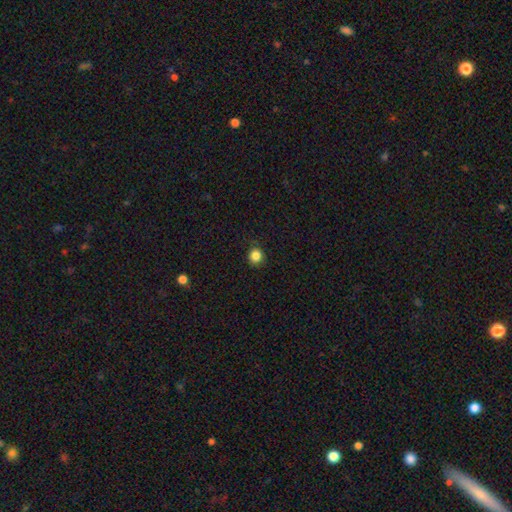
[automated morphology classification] A smooth galaxy with no disk features (85%) that is round (91%). Merging: none (88%).